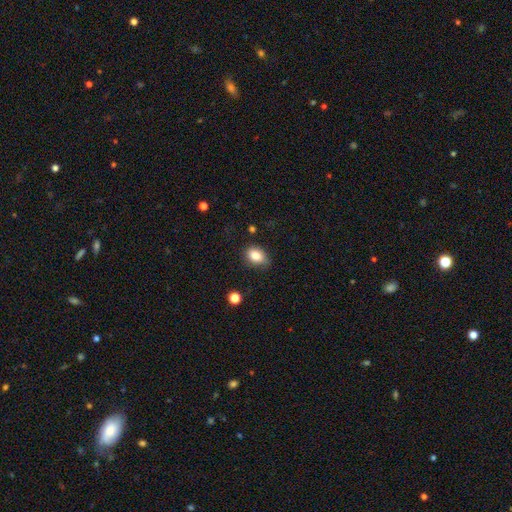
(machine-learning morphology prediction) A smooth galaxy with no disk features (83%) that is in between round and cigar-shaped (72%).

Vote fractions:
- Smooth or featured? smooth: 83% / star or artifact: 9% / featured or disk: 8%
- How rounded? in between: 72% / round: 27% / cigar-shaped: 1%
- Merging? none: 71% / minor disturbance: 23% / major disturbance: 5% / merger: 2%